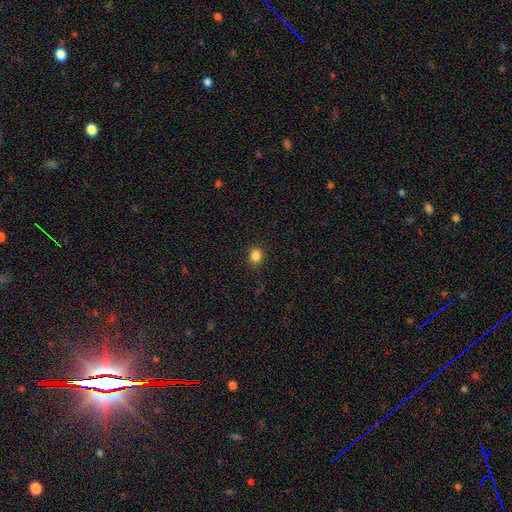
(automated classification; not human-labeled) A smooth galaxy with no disk features (84%) that is round (71%).

Vote fractions:
- Smooth or featured? smooth: 84% / star or artifact: 12% / featured or disk: 4%
- How rounded? round: 71% / in between: 28% / cigar-shaped: 1%
- Merging? none: 87% / minor disturbance: 9% / major disturbance: 3% / merger: 1%